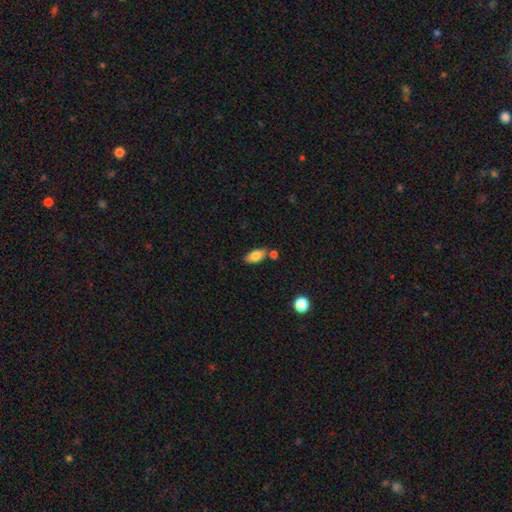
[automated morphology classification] Q: Smooth or featured?
A: smooth (81%); runner-up: featured or disk (12%)
Q: How rounded?
A: in between (89%); runner-up: cigar-shaped (7%)
Q: Merging?
A: none (70%); runner-up: minor disturbance (14%)